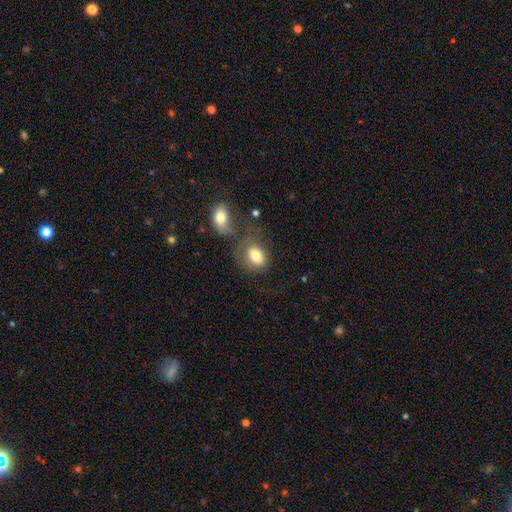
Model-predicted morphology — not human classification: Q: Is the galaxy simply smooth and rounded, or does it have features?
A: smooth — 80%.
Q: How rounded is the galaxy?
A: in between — 71%.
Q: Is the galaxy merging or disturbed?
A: none — 41%.